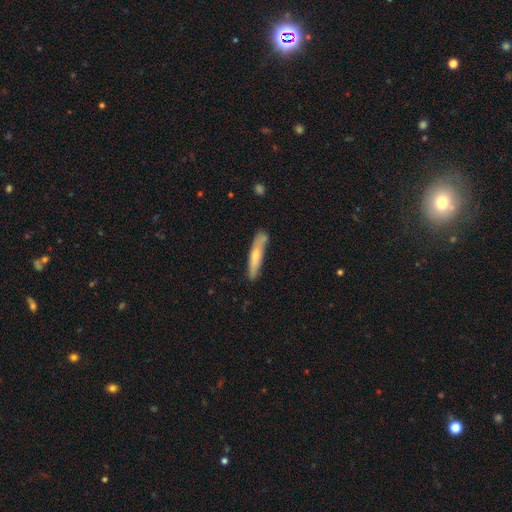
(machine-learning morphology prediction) Smooth or featured: smooth — 57% (featured or disk — 38%)
How rounded: cigar-shaped — 88% (in between — 11%)
Merging: none — 74% (minor disturbance — 18%)